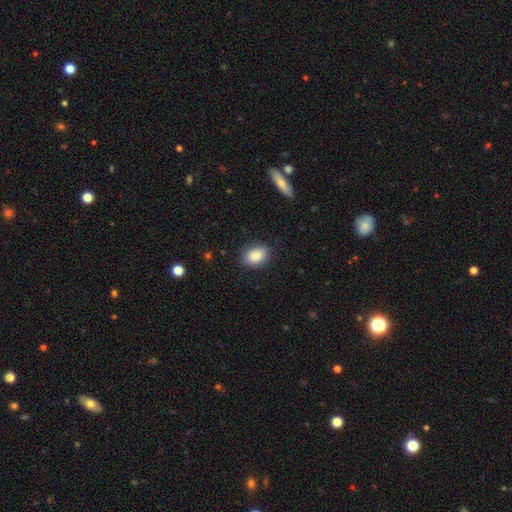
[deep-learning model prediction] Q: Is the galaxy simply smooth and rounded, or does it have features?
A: smooth — 88%.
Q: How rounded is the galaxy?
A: in between — 76%.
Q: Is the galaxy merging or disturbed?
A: none — 83%.